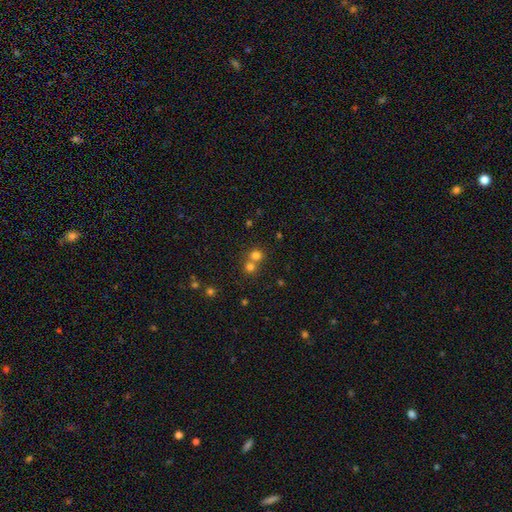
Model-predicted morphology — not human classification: A smooth galaxy with no disk features (73%) that is round (86%).

Vote fractions:
- Smooth or featured? smooth: 73% / star or artifact: 17% / featured or disk: 9%
- How rounded? round: 86% / in between: 13% / cigar-shaped: 1%
- Merging? merger: 49% / none: 45% / minor disturbance: 5% / major disturbance: 2%